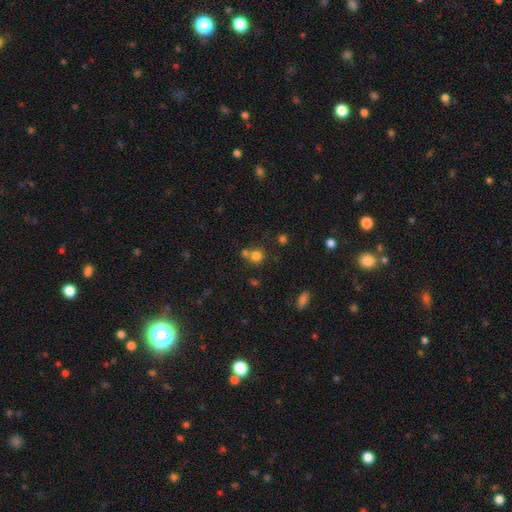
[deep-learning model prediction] A smooth galaxy with no disk features (78%) that is round (86%). Merging: none (55%).